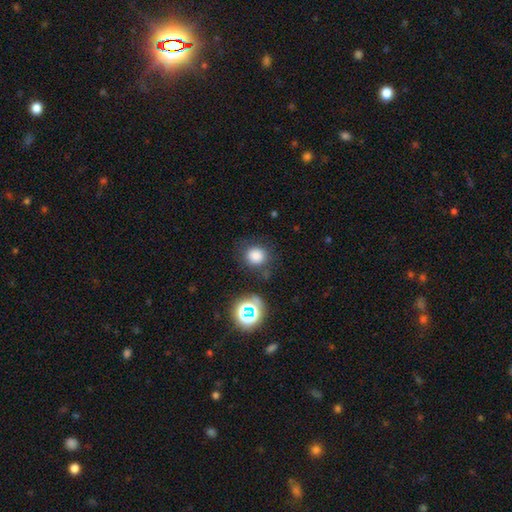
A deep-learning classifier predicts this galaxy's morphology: Q: Smooth or featured?
A: smooth (79%); runner-up: star or artifact (15%)
Q: How rounded?
A: round (85%); runner-up: in between (14%)
Q: Merging?
A: none (79%); runner-up: minor disturbance (12%)